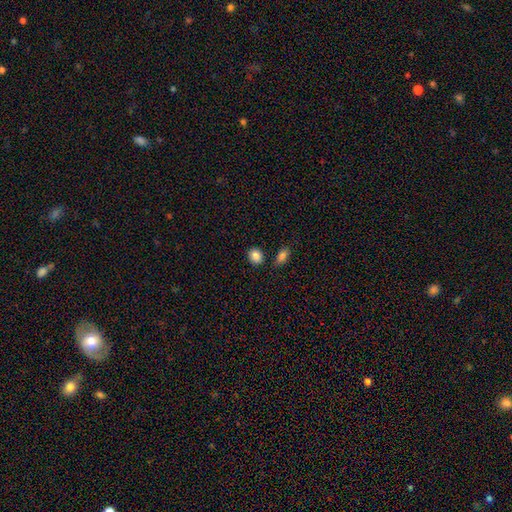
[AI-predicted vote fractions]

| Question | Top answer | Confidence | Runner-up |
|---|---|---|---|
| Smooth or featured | smooth | 86% | star or artifact (9%) |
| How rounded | round | 60% | in between (39%) |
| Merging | none | 78% | minor disturbance (11%) |